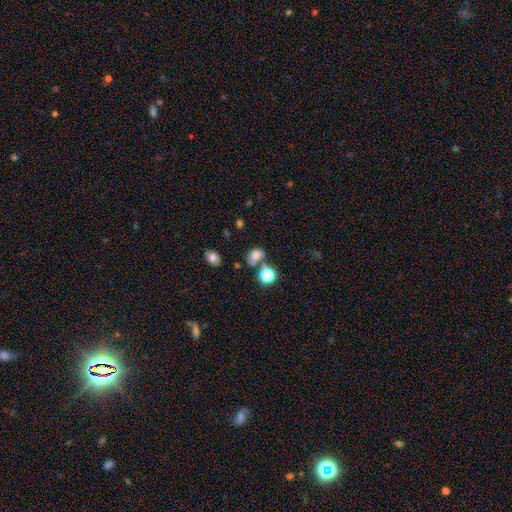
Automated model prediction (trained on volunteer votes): smooth_or_featured: smooth (p=0.70) [alt: star or artifact p=0.17]
how_rounded: in between (p=0.55) [alt: round p=0.44]
merging: none (p=0.48) [alt: merger p=0.24]